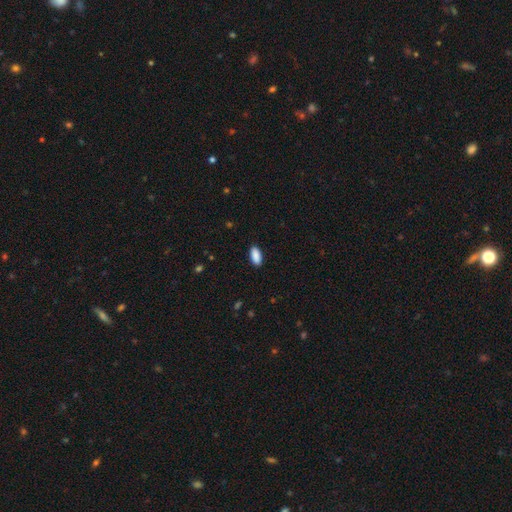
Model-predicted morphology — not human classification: A smooth galaxy with no disk features (90%) that is in between round and cigar-shaped (90%).

Vote fractions:
- Smooth or featured? smooth: 90% / star or artifact: 7% / featured or disk: 3%
- How rounded? in between: 90% / cigar-shaped: 8% / round: 2%
- Merging? none: 89% / minor disturbance: 8% / major disturbance: 2% / merger: 1%